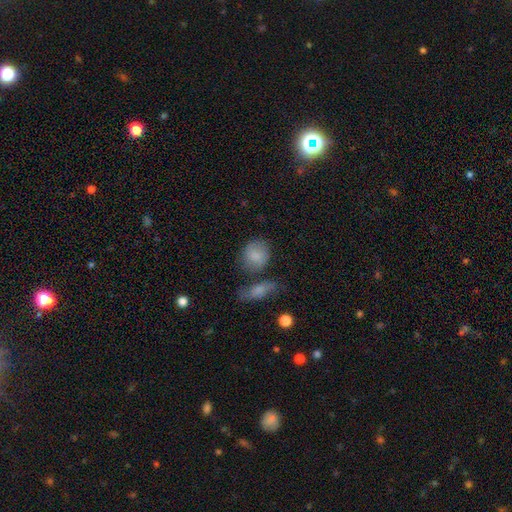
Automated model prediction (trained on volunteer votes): Smooth or featured?
  - smooth: 84% *
  - featured or disk: 9%
  - star or artifact: 7%
How rounded?
  - round: 61% *
  - in between: 37%
  - cigar-shaped: 2%
Merging?
  - none: 63% *
  - minor disturbance: 17%
  - merger: 14%
  - major disturbance: 6%